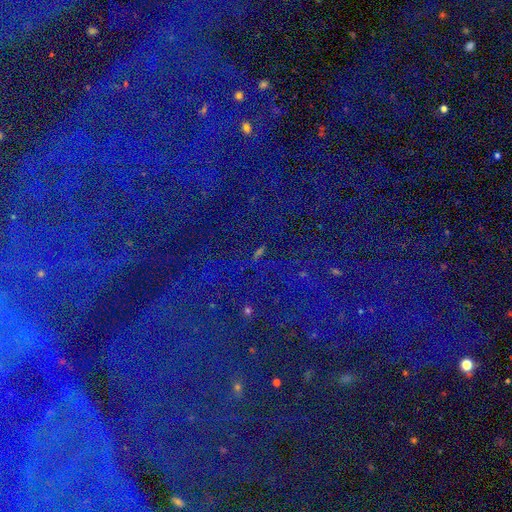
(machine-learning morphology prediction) This appears to be a star or artifact, not a galaxy (83%).